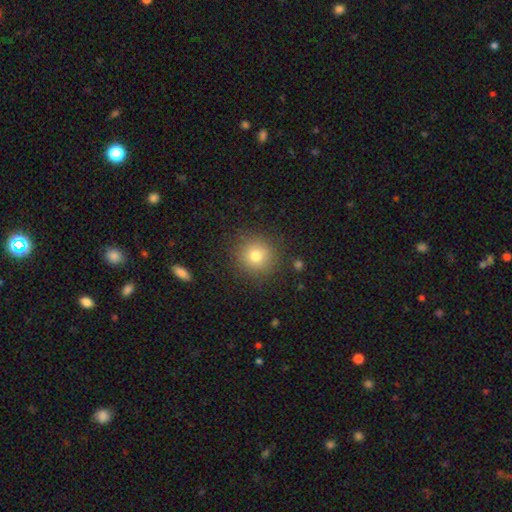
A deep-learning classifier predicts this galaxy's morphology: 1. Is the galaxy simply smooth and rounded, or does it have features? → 76% smooth, 13% star or artifact, 10% featured or disk.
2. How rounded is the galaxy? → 92% round, 7% in between, 1% cigar-shaped.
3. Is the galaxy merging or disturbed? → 87% none, 8% minor disturbance, 3% major disturbance, 2% merger.